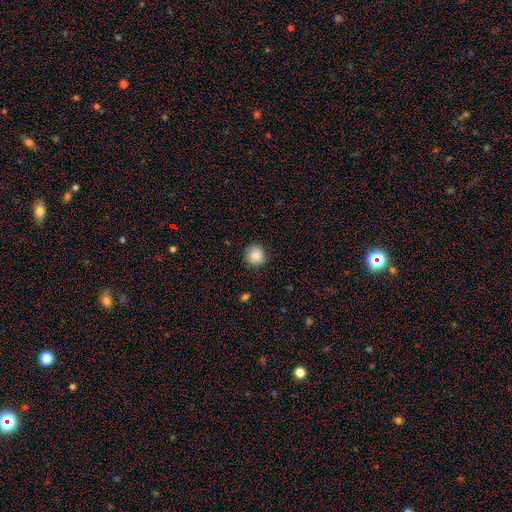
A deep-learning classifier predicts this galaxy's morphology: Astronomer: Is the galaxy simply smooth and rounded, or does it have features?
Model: smooth — 86%.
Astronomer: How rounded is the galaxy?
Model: round — 92%.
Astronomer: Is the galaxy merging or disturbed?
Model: none — 88%.